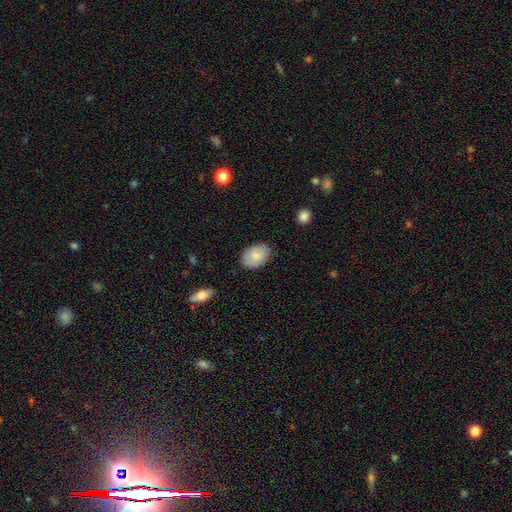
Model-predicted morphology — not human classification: Smooth or featured? Predicted: smooth (p=0.82). How rounded? Predicted: in between (p=0.87). Merging? Predicted: none (p=0.83).